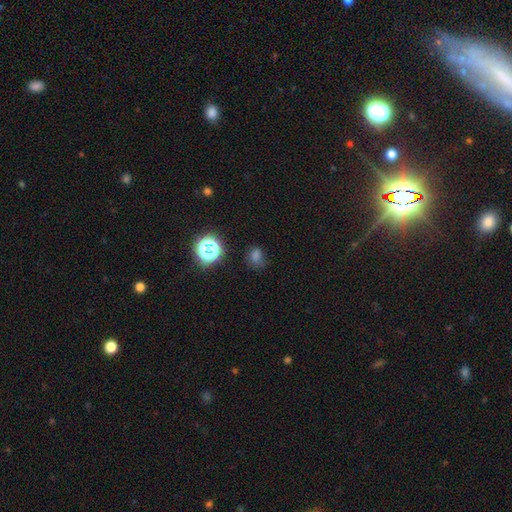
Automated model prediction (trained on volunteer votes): Overall: smooth (58%; star or artifact 34%). How rounded: round (62%; in between 37%). Merging: none (68%).